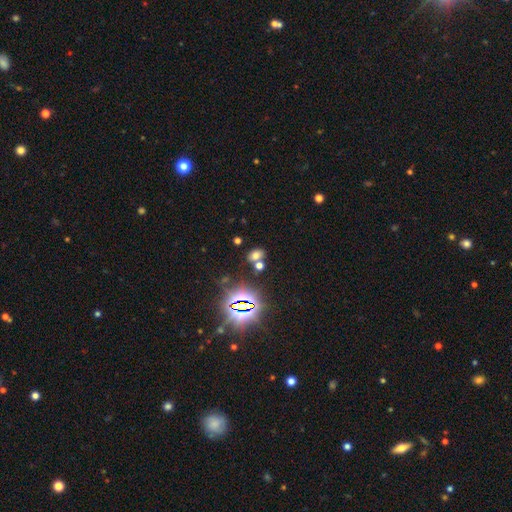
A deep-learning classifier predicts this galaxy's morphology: Smooth or featured?
  - smooth: 55% *
  - star or artifact: 35%
  - featured or disk: 11%
How rounded?
  - in between: 71% *
  - round: 27%
  - cigar-shaped: 2%
Merging?
  - none: 61% *
  - merger: 24%
  - minor disturbance: 10%
  - major disturbance: 4%